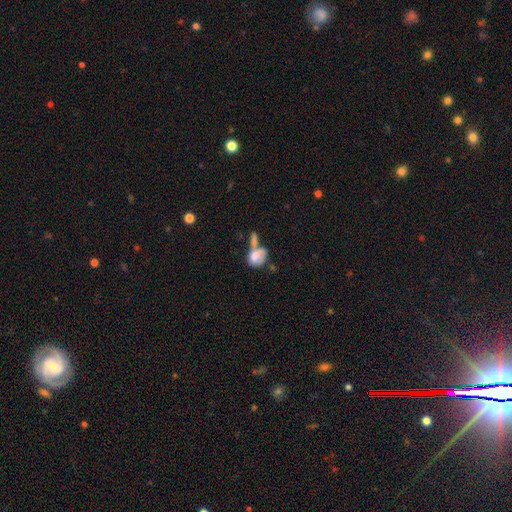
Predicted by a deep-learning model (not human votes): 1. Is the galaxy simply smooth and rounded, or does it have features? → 64% smooth, 27% featured or disk, 9% star or artifact.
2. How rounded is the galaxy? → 74% in between, 23% round, 3% cigar-shaped.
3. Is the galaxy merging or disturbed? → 51% merger, 20% none, 15% major disturbance, 14% minor disturbance.